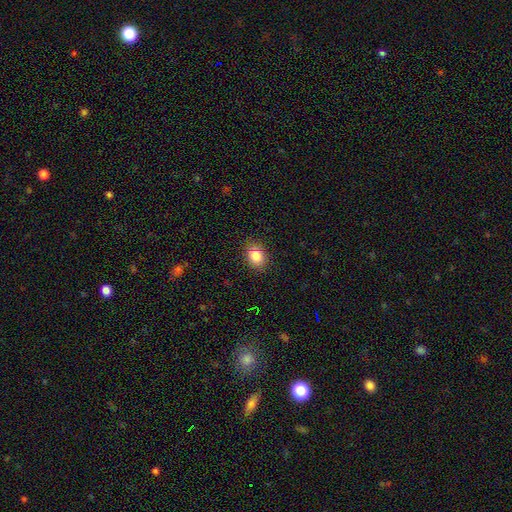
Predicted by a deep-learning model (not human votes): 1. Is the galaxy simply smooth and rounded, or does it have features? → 83% smooth, 11% star or artifact, 6% featured or disk.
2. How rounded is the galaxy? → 52% in between, 47% round, 1% cigar-shaped.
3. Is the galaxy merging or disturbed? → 86% none, 10% minor disturbance, 3% major disturbance, 1% merger.